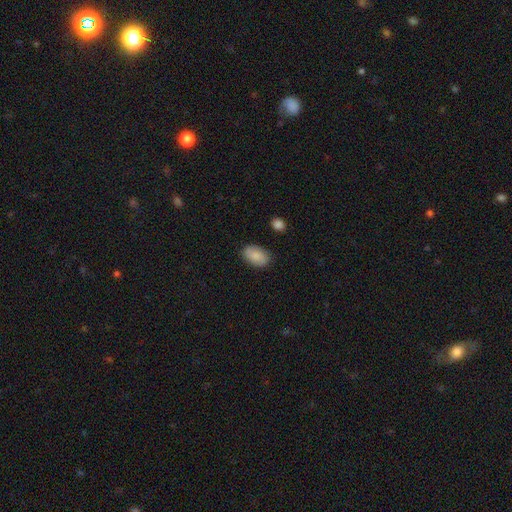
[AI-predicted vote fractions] This appears to be a smooth galaxy with no disk features (82%) that is in between round and cigar-shaped (92%). Merging: none (82%).